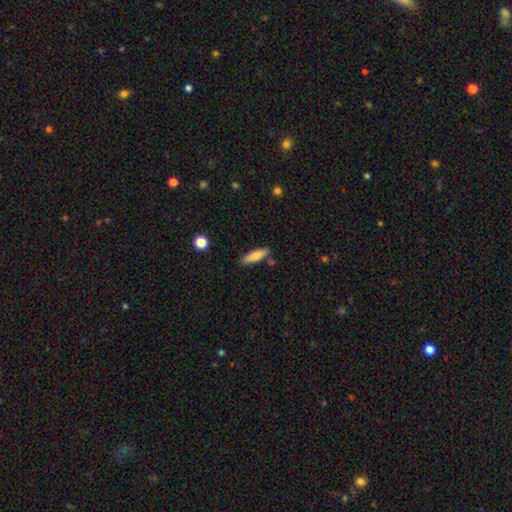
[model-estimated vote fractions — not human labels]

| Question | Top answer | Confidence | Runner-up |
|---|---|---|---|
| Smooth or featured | smooth | 72% | featured or disk (21%) |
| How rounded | cigar-shaped | 66% | in between (32%) |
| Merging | none | 81% | minor disturbance (12%) |